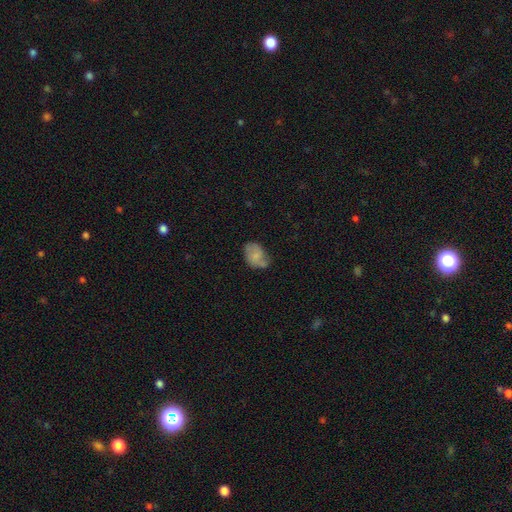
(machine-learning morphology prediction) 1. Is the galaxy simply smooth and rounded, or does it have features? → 56% smooth, 36% featured or disk, 8% star or artifact.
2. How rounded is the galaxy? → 79% in between, 20% round, 1% cigar-shaped.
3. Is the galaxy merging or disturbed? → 44% none, 35% minor disturbance, 16% major disturbance, 4% merger.